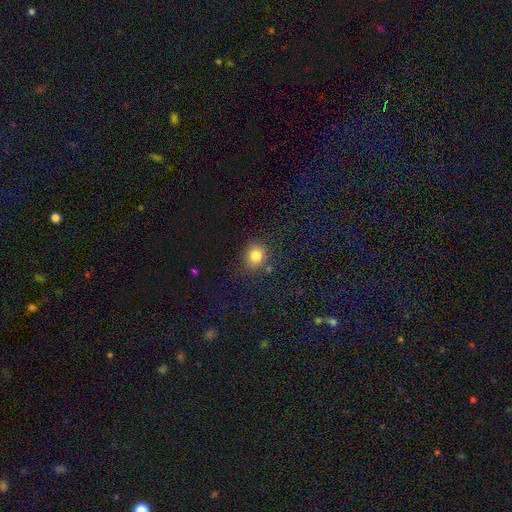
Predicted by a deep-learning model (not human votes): smooth_or_featured: smooth (p=0.82) [alt: star or artifact p=0.12]
how_rounded: round (p=0.76) [alt: in between p=0.23]
merging: none (p=0.80) [alt: minor disturbance p=0.11]